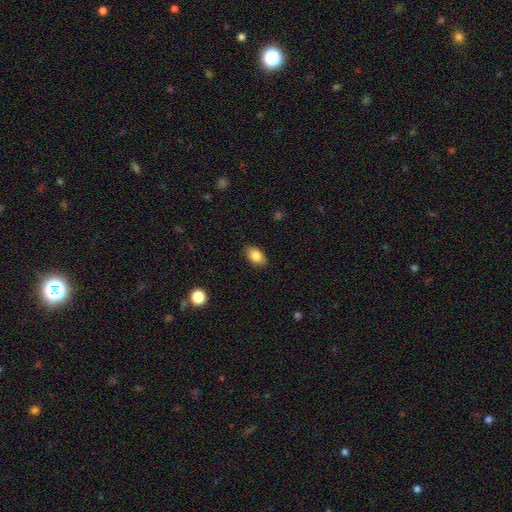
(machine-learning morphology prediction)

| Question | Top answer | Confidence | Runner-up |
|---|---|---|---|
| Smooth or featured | smooth | 84% | featured or disk (8%) |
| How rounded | in between | 89% | round (9%) |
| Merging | none | 87% | minor disturbance (10%) |